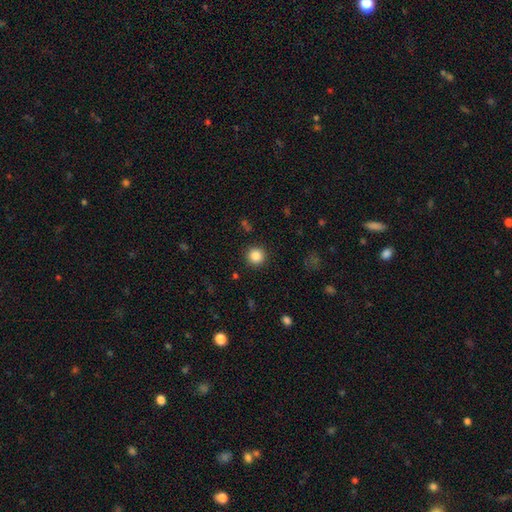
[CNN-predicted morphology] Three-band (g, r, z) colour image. It shows a smooth galaxy with no disk features (86%) that is round (95%). Merging: none (91%).